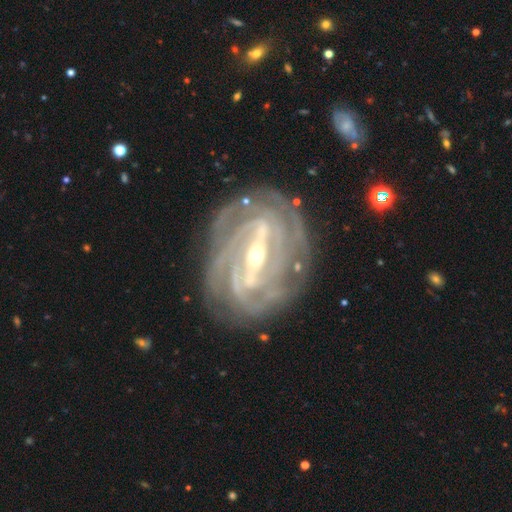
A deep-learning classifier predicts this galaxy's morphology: featured or disk 92%, star or artifact 5%, smooth 3%. Down the decision tree: edge-on disk — no (94%); bar — strong (78%); spiral arms — yes (97%); spiral arm count — 4 (26%); spiral winding — tight (77%); bulge size — small (54%); merging — none (80%).